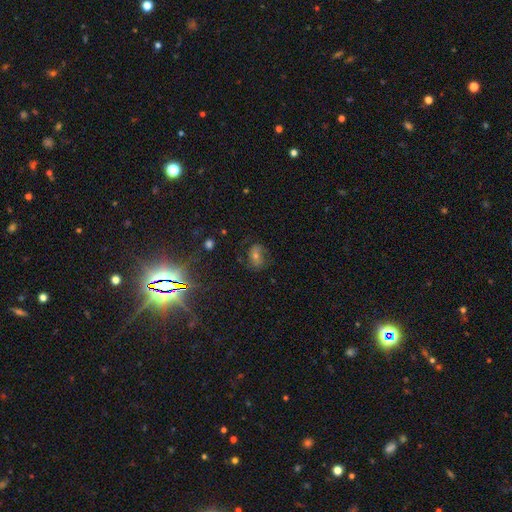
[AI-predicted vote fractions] smooth-or-featured: featured or disk: 39% | star or artifact: 37% | smooth: 24%
  merging: none: 68% | minor disturbance: 18% | major disturbance: 11% | merger: 2%